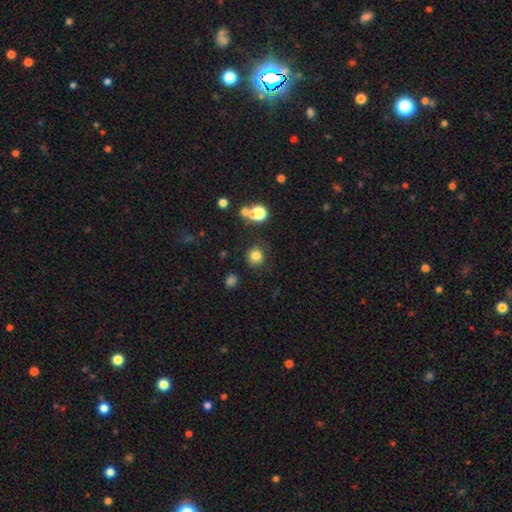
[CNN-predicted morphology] A smooth galaxy with no disk features (79%) that is round (88%). Merging: none (83%).